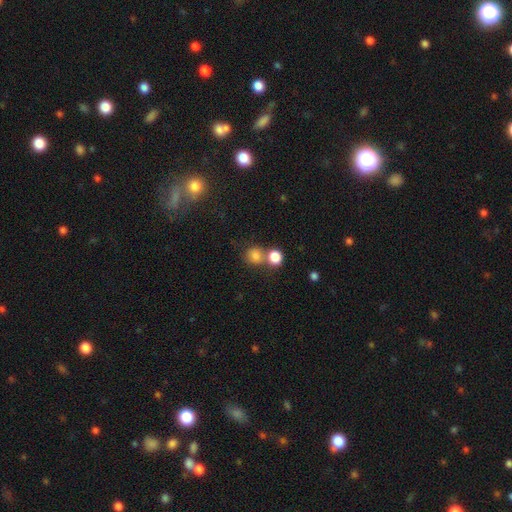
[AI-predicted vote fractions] Morphology: type=smooth (80%); roundness=round (82%); merging=none (51%).